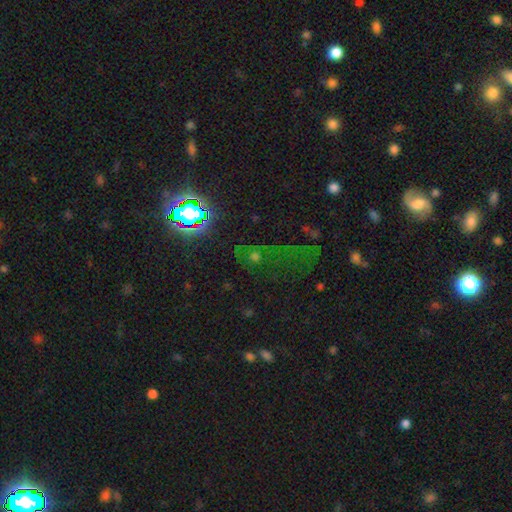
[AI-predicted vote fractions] Smooth or featured? Predicted: star or artifact (p=0.67).